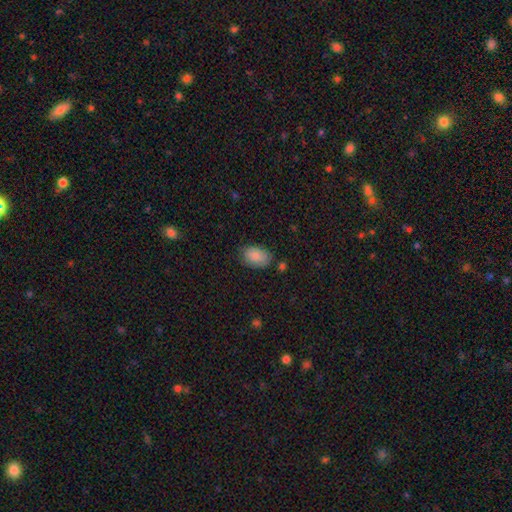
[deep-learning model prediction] A smooth galaxy with no disk features (88%) that is in between round and cigar-shaped (89%). Merging: none (73%).